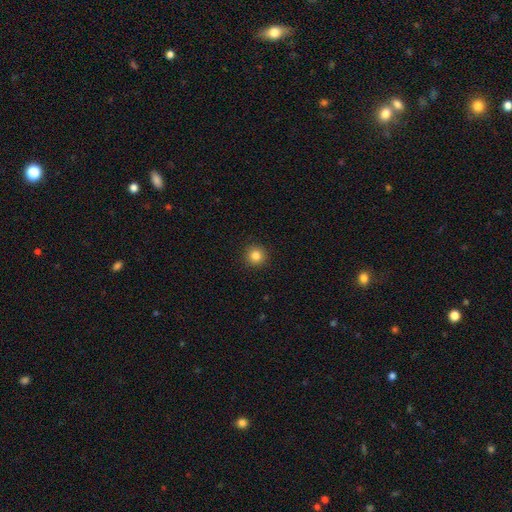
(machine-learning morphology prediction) Overall: smooth (83%). How rounded: round (95%). Merging: none (93%).